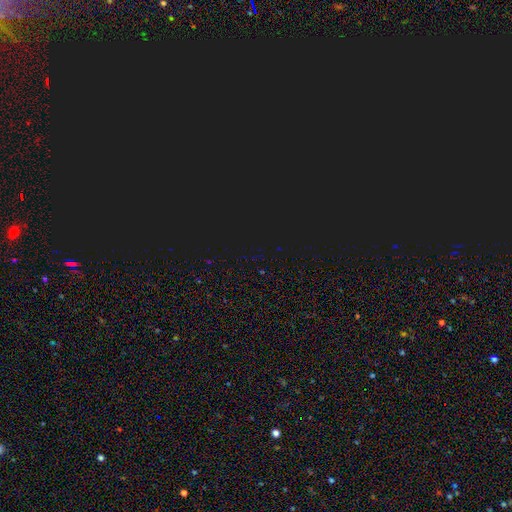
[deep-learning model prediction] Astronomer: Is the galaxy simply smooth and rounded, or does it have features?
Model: star or artifact — 81%.